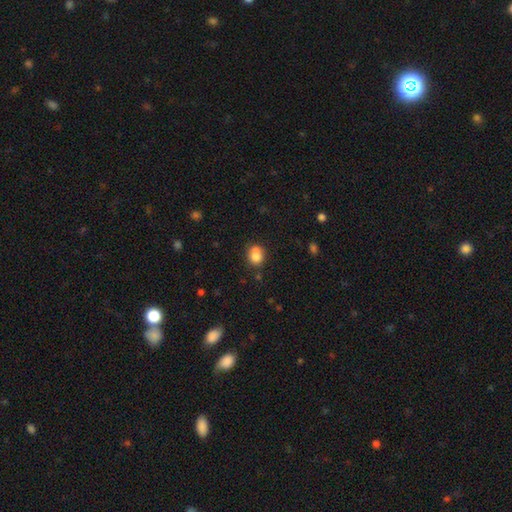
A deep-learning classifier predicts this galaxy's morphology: Overall: smooth (79%). How rounded: round (64%; in between 35%). Merging: none (48%; merger 28%).